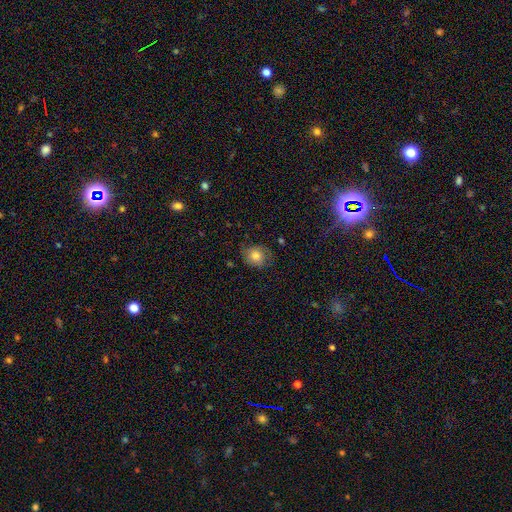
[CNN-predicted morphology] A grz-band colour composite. It shows a smooth galaxy with no disk features (74%) that is round (66%). Merging: none (70%).